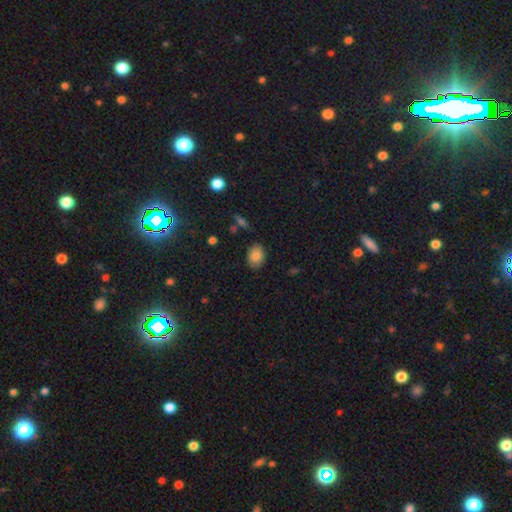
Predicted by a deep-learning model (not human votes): Smooth or featured?
  - smooth: 83% *
  - star or artifact: 9%
  - featured or disk: 8%
How rounded?
  - in between: 72% *
  - round: 27%
  - cigar-shaped: 1%
Merging?
  - none: 86% *
  - minor disturbance: 10%
  - major disturbance: 2%
  - merger: 2%